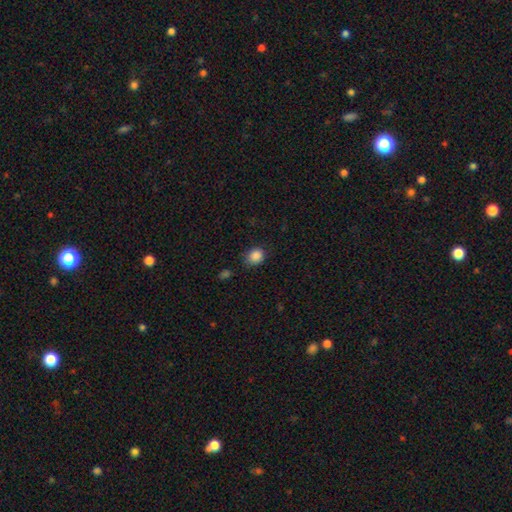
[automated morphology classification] Smooth or featured? smooth (87%)
How rounded? round (66%)
Merging? none (75%)